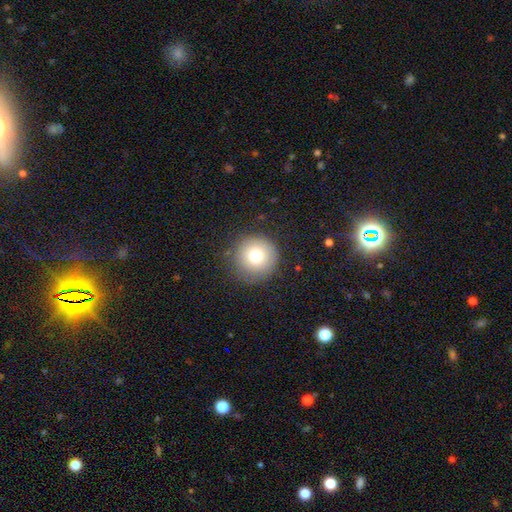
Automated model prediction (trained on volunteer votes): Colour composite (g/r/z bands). It shows a smooth galaxy with no disk features (77%) that is round (96%). Merging: none (84%).